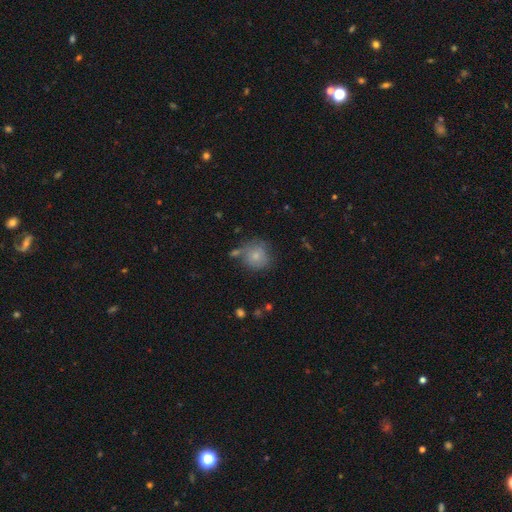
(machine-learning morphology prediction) This is likely a smooth galaxy (75%). How rounded: clearly round (86%). Merging: possibly none (57%).